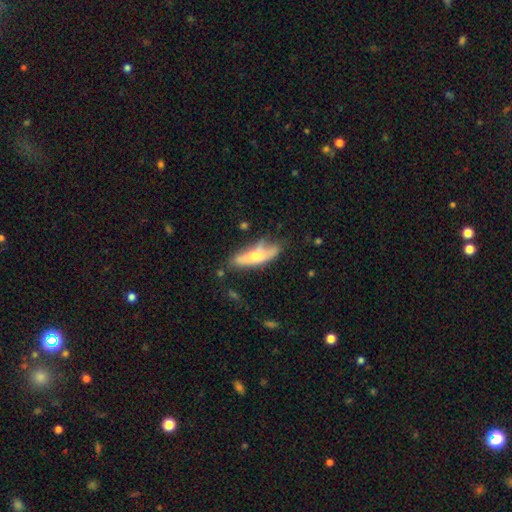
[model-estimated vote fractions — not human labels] Smooth or featured? smooth (53%)
How rounded? in between (50%)
Merging? none (46%)